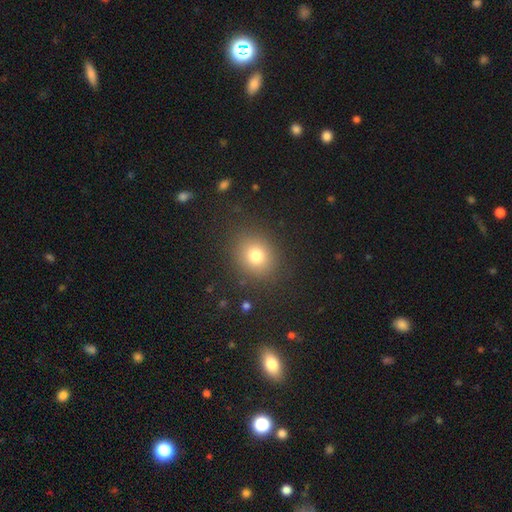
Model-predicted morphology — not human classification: smooth_or_featured: smooth (p=0.77) [alt: star or artifact p=0.14]
how_rounded: round (p=0.72) [alt: in between p=0.27]
merging: none (p=0.86) [alt: minor disturbance p=0.09]